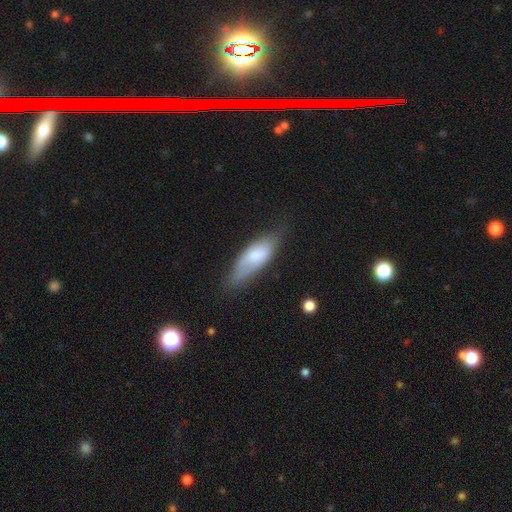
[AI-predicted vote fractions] Overall: smooth (63%; featured or disk 31%). How rounded: in between (64%; cigar-shaped 34%). Merging: none (61%; minor disturbance 28%).